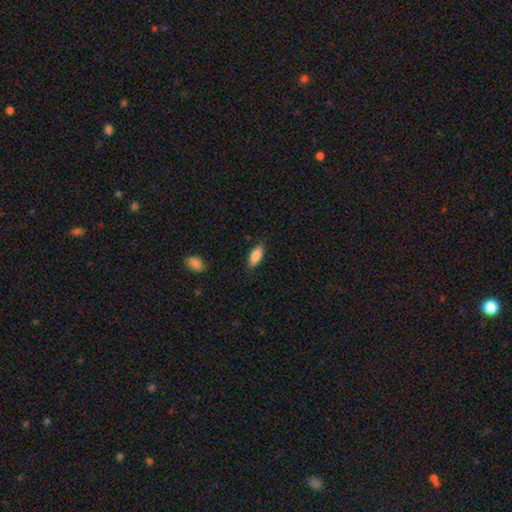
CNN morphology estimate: Smooth or featured? Predicted: smooth (p=0.86). How rounded? Predicted: in between (p=0.80). Merging? Predicted: none (p=0.82).